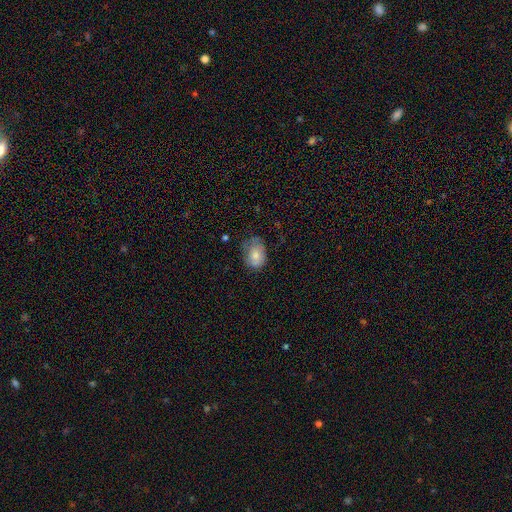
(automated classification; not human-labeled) This appears to be a smooth galaxy with no disk features (75%) that is in between round and cigar-shaped (77%). Merging: none (48%).